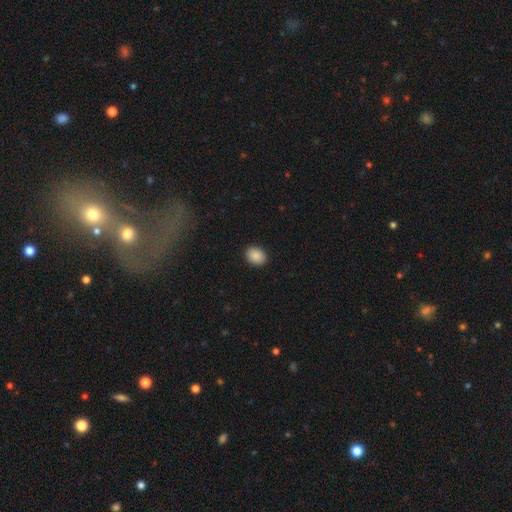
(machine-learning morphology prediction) Smooth or featured? smooth (89%)
How rounded? in between (64%)
Merging? none (91%)